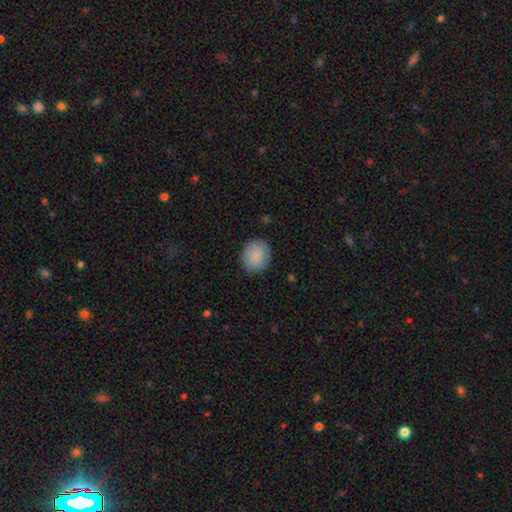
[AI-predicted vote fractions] Smooth or featured? Predicted: smooth (p=0.86). How rounded? Predicted: round (p=0.76). Merging? Predicted: none (p=0.85).